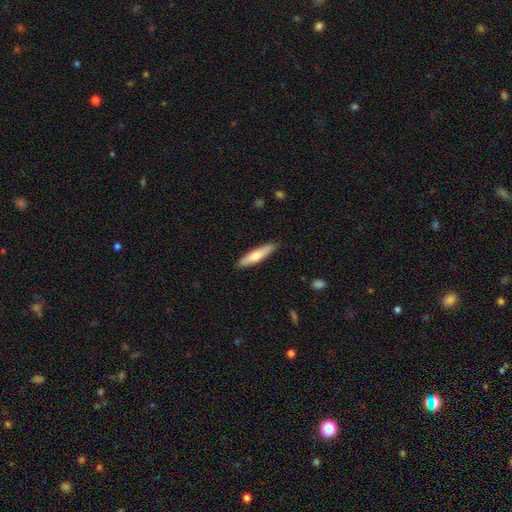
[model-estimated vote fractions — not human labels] Q: Smooth or featured?
A: smooth (63%); runner-up: featured or disk (32%)
Q: How rounded?
A: cigar-shaped (80%); runner-up: in between (18%)
Q: Merging?
A: none (89%); runner-up: minor disturbance (9%)